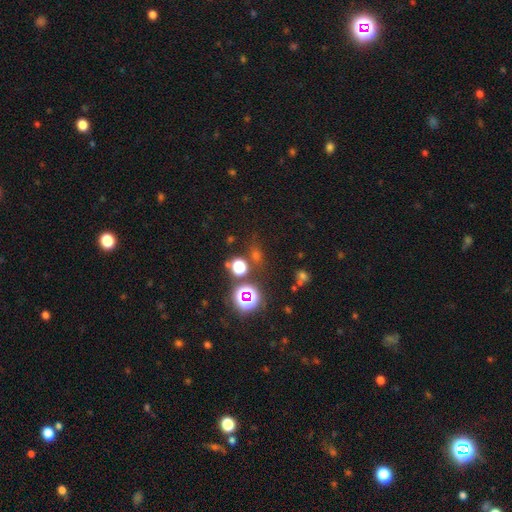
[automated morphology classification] Smooth or featured?
  - star or artifact: 54% *
  - smooth: 38%
  - featured or disk: 8%